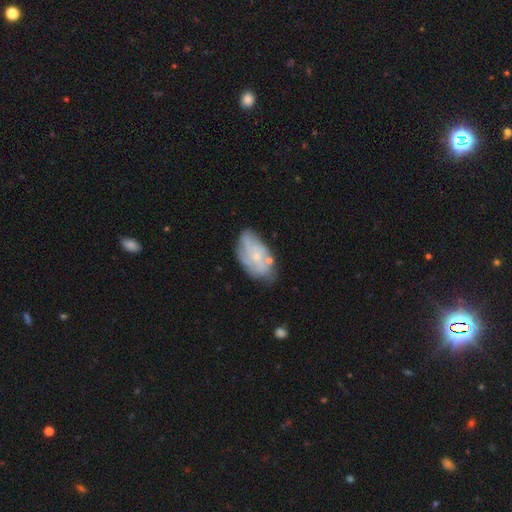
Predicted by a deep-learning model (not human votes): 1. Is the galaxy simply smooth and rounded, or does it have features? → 61% featured or disk, 32% smooth, 7% star or artifact.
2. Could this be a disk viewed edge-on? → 95% no, 5% yes.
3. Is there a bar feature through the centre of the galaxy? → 78% no, 19% weak, 3% strong.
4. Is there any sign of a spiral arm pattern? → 71% yes, 29% no.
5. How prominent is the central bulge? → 68% small, 22% moderate, 7% none, 1% large, 1% dominant.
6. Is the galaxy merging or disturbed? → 62% none, 25% minor disturbance, 8% major disturbance, 6% merger.